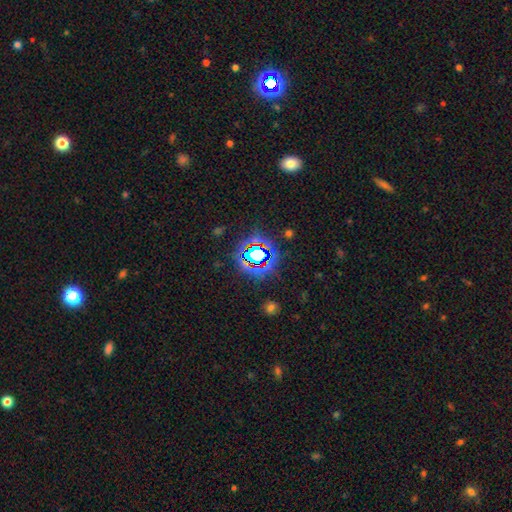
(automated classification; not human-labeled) This is likely a star or artifact rather than a galaxy (73%).